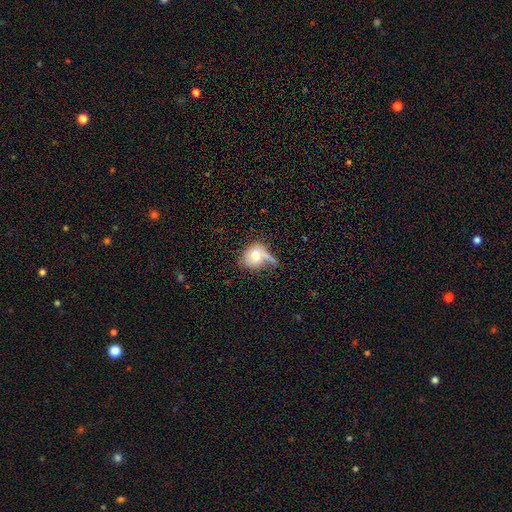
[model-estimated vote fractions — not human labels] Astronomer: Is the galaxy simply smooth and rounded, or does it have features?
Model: smooth — 65%.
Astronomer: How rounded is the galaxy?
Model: round — 57% (runner-up: in between, 41%).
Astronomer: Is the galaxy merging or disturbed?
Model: none — 30% (runner-up: major disturbance, 27%).